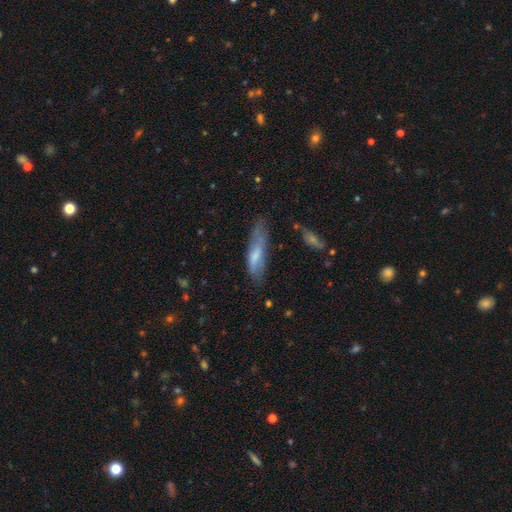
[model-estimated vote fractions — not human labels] A smooth galaxy with no disk features (66%) that is cigar-shaped (64%).

Vote fractions:
- Smooth or featured? smooth: 66% / featured or disk: 27% / star or artifact: 7%
- How rounded? cigar-shaped: 64% / in between: 34% / round: 2%
- Merging? none: 52% / minor disturbance: 31% / major disturbance: 14% / merger: 3%